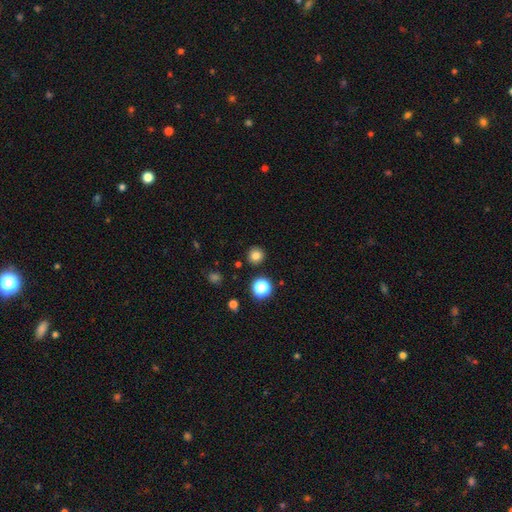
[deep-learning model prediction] Smooth or featured?
  - smooth: 81% *
  - star or artifact: 15%
  - featured or disk: 5%
How rounded?
  - round: 93% *
  - in between: 6%
  - cigar-shaped: 1%
Merging?
  - none: 90% *
  - minor disturbance: 6%
  - merger: 2%
  - major disturbance: 2%